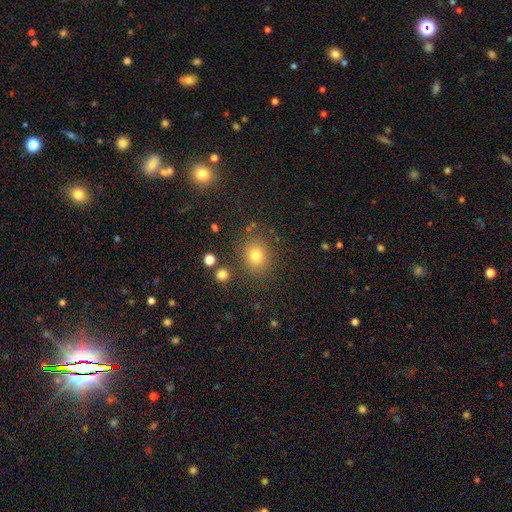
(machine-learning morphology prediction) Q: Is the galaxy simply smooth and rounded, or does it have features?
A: smooth — 77%.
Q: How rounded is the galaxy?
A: round — 66%.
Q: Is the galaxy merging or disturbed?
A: none — 82%.